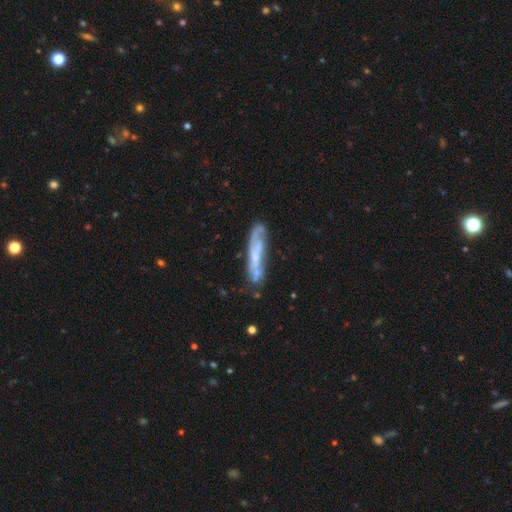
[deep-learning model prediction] A featured or disk galaxy (61%).

Vote fractions:
- Smooth or featured? featured or disk: 61% / smooth: 32% / star or artifact: 8%
- Edge-on disk? no: 56% / yes: 44%
- Merging? none: 56% / minor disturbance: 24% / major disturbance: 12% / merger: 8%